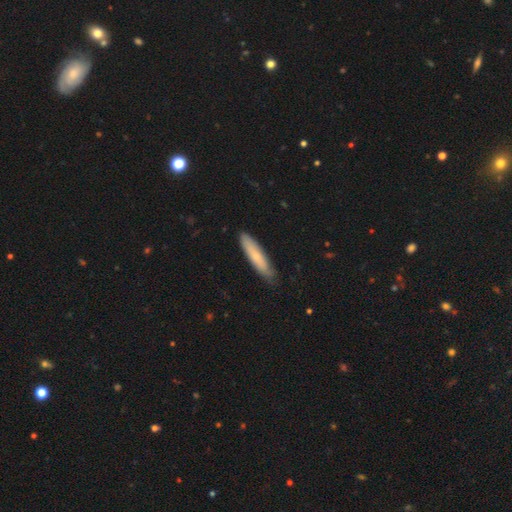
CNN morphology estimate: smooth_or_featured: smooth (p=0.73) [alt: featured or disk p=0.22]
how_rounded: cigar-shaped (p=0.83) [alt: in between p=0.16]
merging: none (p=0.80) [alt: minor disturbance p=0.16]